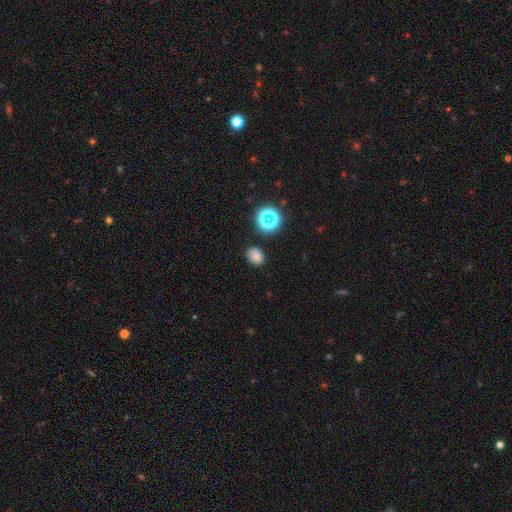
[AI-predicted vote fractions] smooth_or_featured: smooth (p=0.76) [alt: star or artifact p=0.17]
how_rounded: in between (p=0.58) [alt: round p=0.41]
merging: none (p=0.84) [alt: minor disturbance p=0.11]